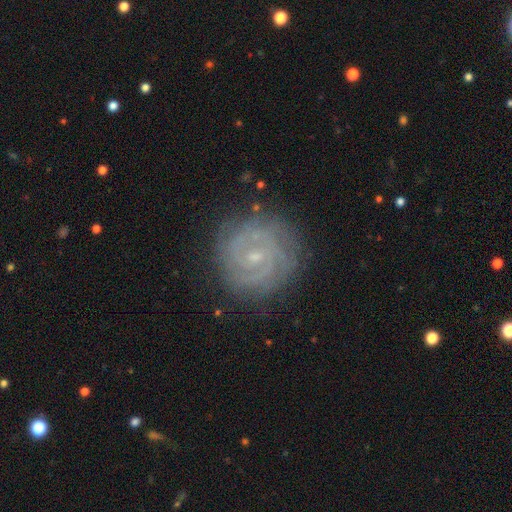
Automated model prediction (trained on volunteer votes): smooth-or-featured: featured or disk: 82% | smooth: 11% | star or artifact: 7%
  disk-edge-on: no: 98% | yes: 2%
    bar: no: 50% | weak: 40% | strong: 10%
    has-spiral-arms: yes: 95% | no: 5%
      spiral-winding: tight: 73% | medium: 23% | loose: 4%
      spiral-arm-count: 2: 48% | can't tell: 23% | 3: 14% | 4: 6% | 1: 5% | more than 4: 5%
    bulge-size: small: 78% | moderate: 17% | none: 3% | large: 1% | dominant: 1%
  merging: none: 82% | minor disturbance: 12% | major disturbance: 4% | merger: 1%